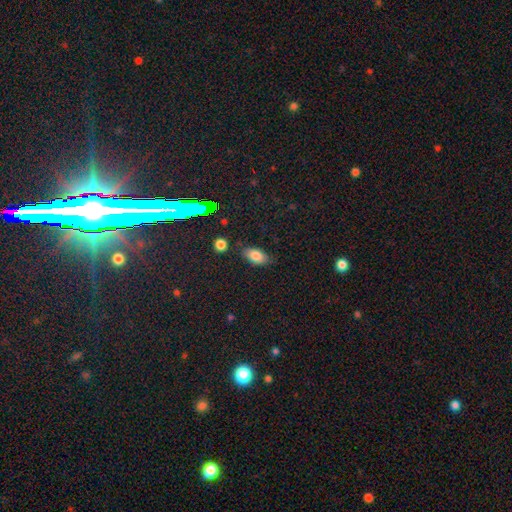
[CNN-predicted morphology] type=smooth (80%); roundness=in between (89%); merging=none (79%).